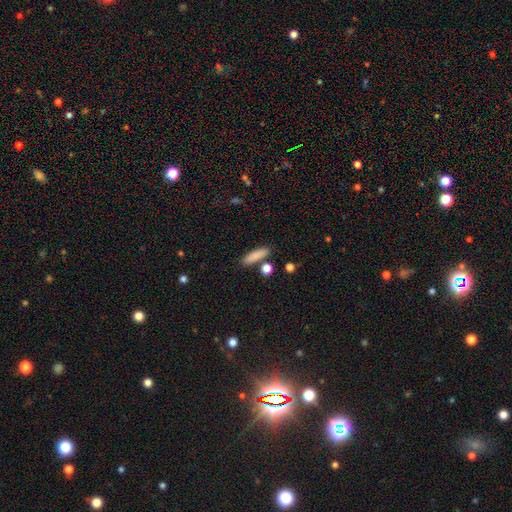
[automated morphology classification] Overall: smooth (84%). How rounded: cigar-shaped (62%; in between 33%). Merging: none (81%).